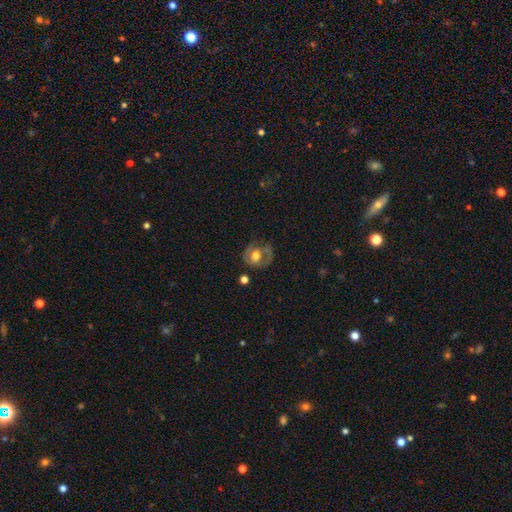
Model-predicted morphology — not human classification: type=featured or disk (52%); edge-on=no (95%); merging=none (58%).